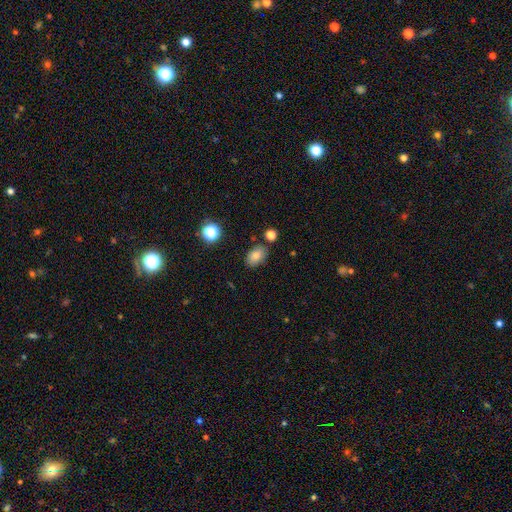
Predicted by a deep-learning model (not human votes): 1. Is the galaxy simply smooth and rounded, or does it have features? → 81% smooth, 11% star or artifact, 8% featured or disk.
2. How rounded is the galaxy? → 86% in between, 13% round, 1% cigar-shaped.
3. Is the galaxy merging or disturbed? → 81% none, 12% minor disturbance, 4% merger, 3% major disturbance.